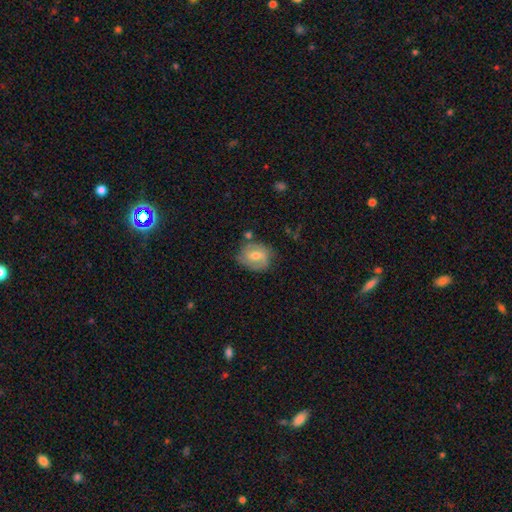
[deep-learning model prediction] This appears to be a featured or disk galaxy (52%) with a weak bar (52%), spiral arms (78%) and a moderate central bulge (64%). Merging: none (66%).